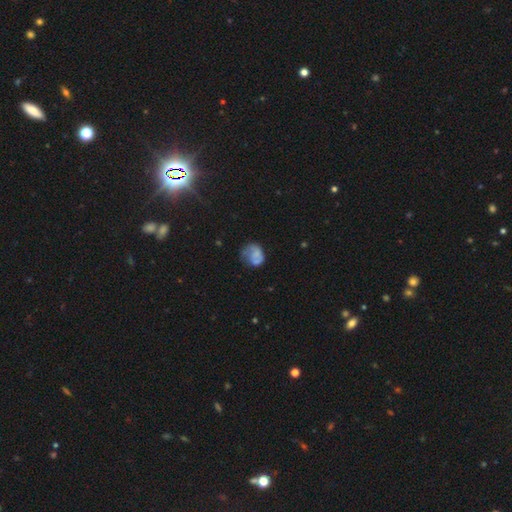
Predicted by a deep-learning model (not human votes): Smooth or featured? smooth (52%)
How rounded? round (60%)
Merging? none (38%)